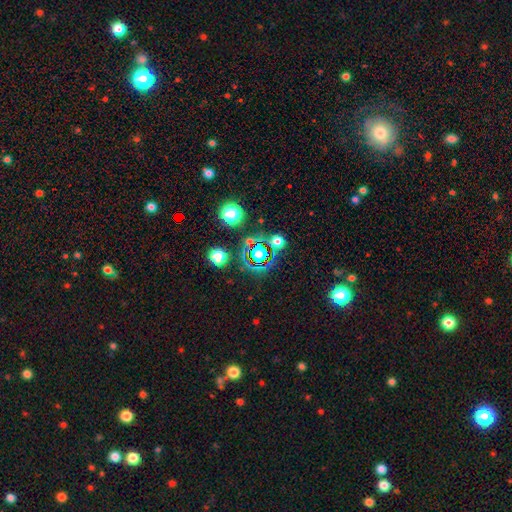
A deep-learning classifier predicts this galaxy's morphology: Smooth or featured: star or artifact — 60% (smooth — 29%)